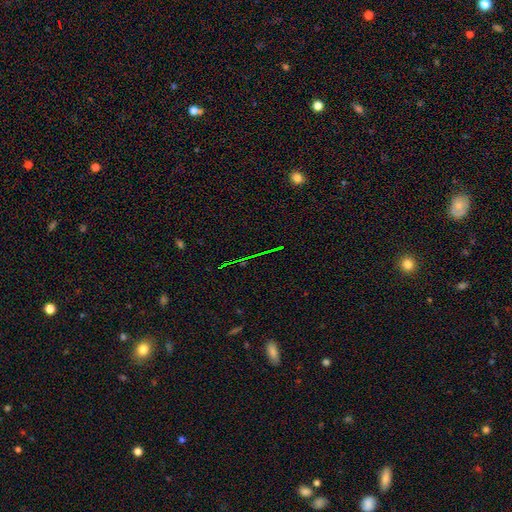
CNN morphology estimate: type=star or artifact (67%).